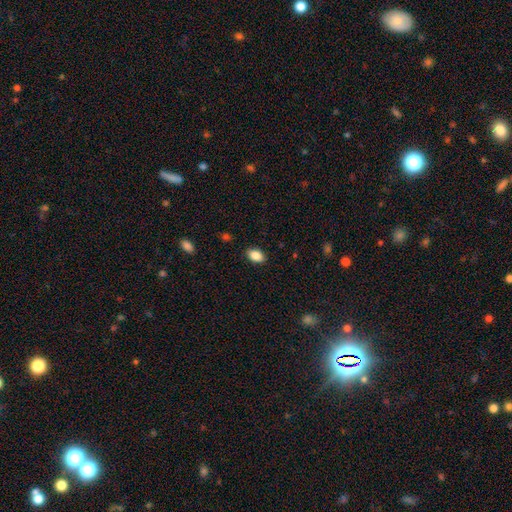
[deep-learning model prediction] A smooth galaxy with no disk features (86%) that is in between round and cigar-shaped (88%). Merging: none (88%).